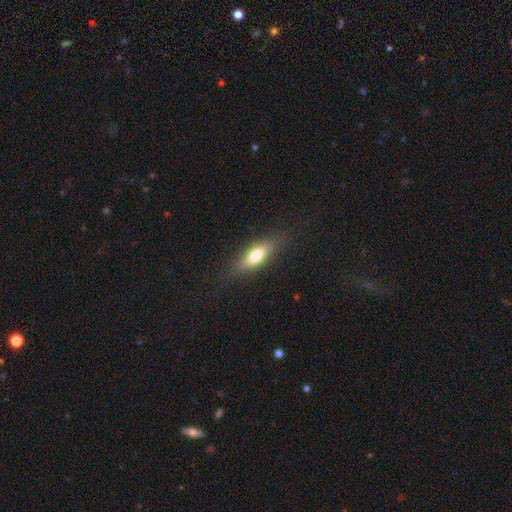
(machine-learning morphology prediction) The model was most divided on "how rounded": in between: 56%, cigar-shaped: 41%, round: 3%. More confident: merging — none (81%); smooth or featured — smooth (67%).